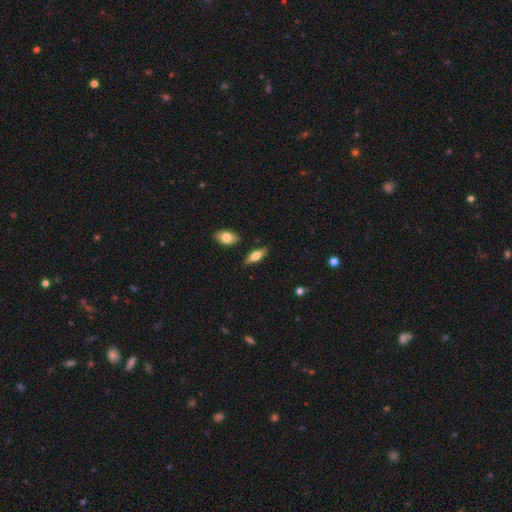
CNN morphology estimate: Overall: smooth (56%; featured or disk 38%). How rounded: in between (64%; cigar-shaped 32%). Merging: none (84%).